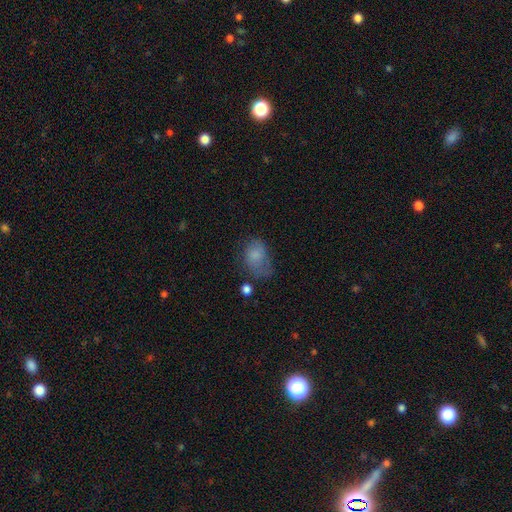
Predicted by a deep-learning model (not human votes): The model was most divided on "merging": none: 38%, minor disturbance: 31%, major disturbance: 26%, merger: 5%. More confident: how rounded — in between (76%); smooth or featured — smooth (74%).